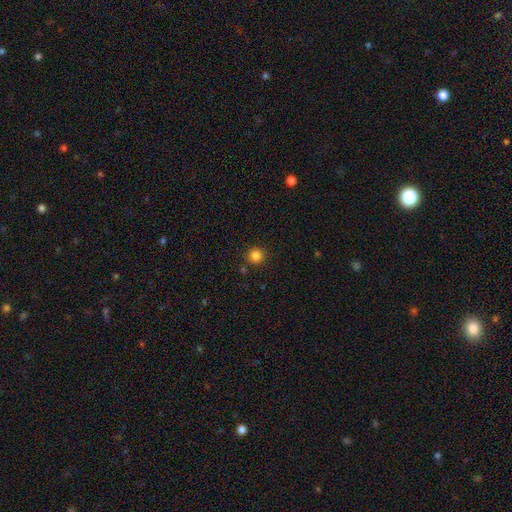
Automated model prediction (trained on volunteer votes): A smooth galaxy with no disk features (84%) that is round (95%). Merging: none (88%).